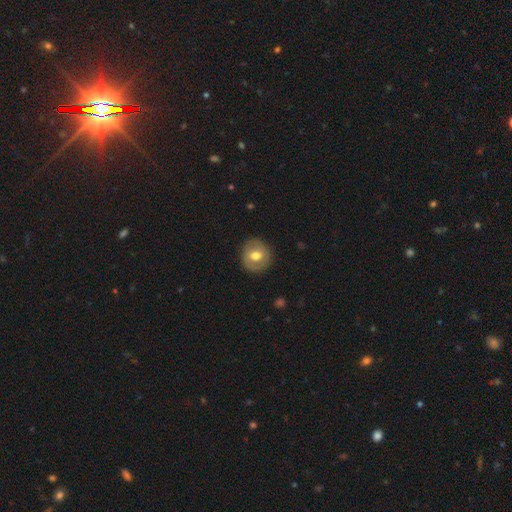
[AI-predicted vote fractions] smooth_or_featured: smooth (p=0.54) [alt: featured or disk p=0.39]
how_rounded: round (p=0.86) [alt: in between p=0.13]
merging: none (p=0.85) [alt: minor disturbance p=0.11]